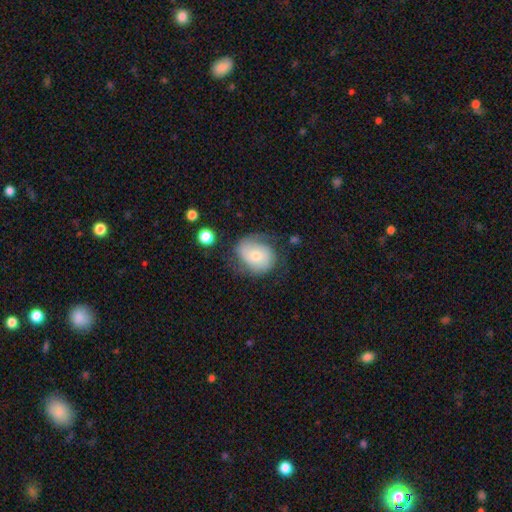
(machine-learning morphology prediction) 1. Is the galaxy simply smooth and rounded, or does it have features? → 48% featured or disk, 44% smooth, 8% star or artifact.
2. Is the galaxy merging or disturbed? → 54% none, 28% minor disturbance, 16% major disturbance, 3% merger.